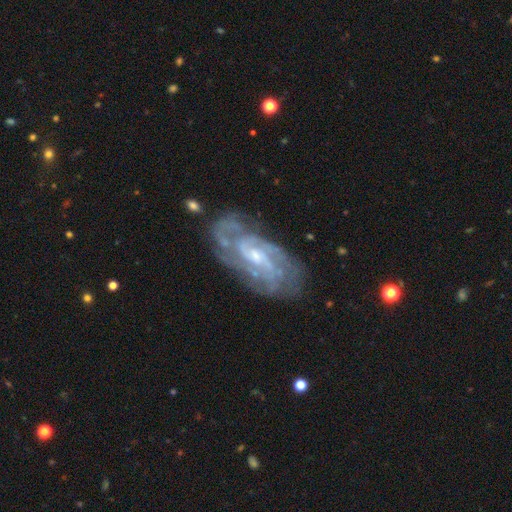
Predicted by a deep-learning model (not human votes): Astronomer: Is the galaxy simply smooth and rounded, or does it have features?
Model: featured or disk — 88%.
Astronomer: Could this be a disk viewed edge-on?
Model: no — 95%.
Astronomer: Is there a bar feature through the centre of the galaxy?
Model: weak — 46% (runner-up: no, 42%).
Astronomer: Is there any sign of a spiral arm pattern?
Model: yes — 96%.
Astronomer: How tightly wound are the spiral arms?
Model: tight — 53% (runner-up: medium, 38%).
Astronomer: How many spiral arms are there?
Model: can't tell — 30% (runner-up: 2, 26%).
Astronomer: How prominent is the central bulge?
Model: small — 57% (runner-up: moderate, 36%).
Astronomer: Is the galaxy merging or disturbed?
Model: none — 71%.